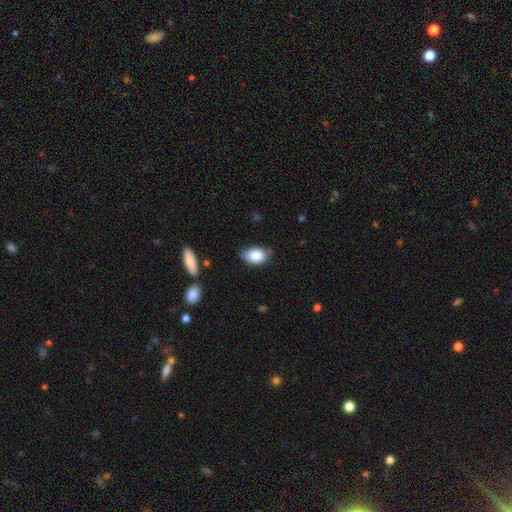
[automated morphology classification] smooth_or_featured: smooth (p=0.84) [alt: featured or disk p=0.09]
how_rounded: in between (p=0.86) [alt: round p=0.13]
merging: none (p=0.62) [alt: minor disturbance p=0.30]